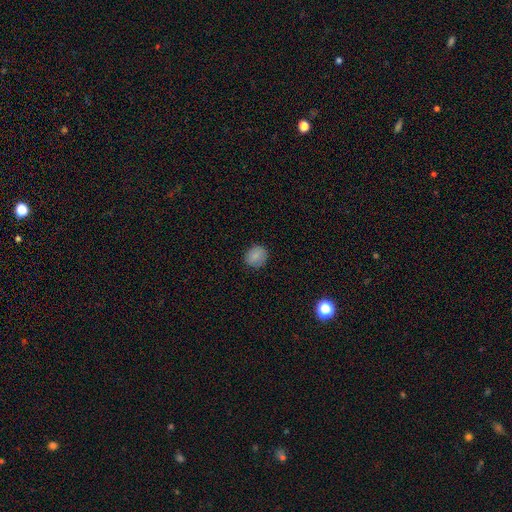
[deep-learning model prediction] Smooth or featured? smooth (84%)
How rounded? round (74%)
Merging? none (86%)